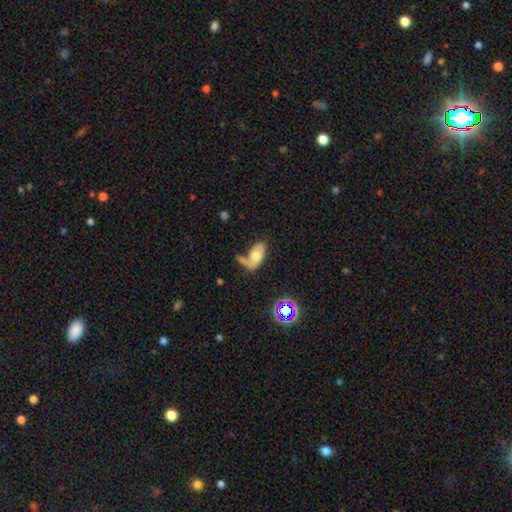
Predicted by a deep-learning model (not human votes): Q: Smooth or featured?
A: smooth (59%); runner-up: featured or disk (31%)
Q: How rounded?
A: in between (90%); runner-up: round (6%)
Q: Merging?
A: none (34%); runner-up: merger (24%)